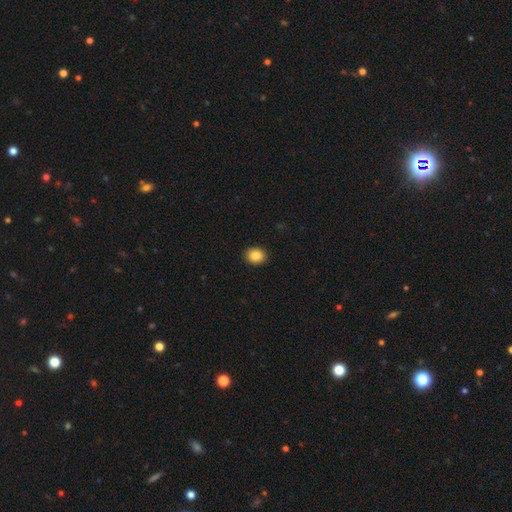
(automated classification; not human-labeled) A smooth galaxy with no disk features (87%) that is round (62%). Merging: none (91%).